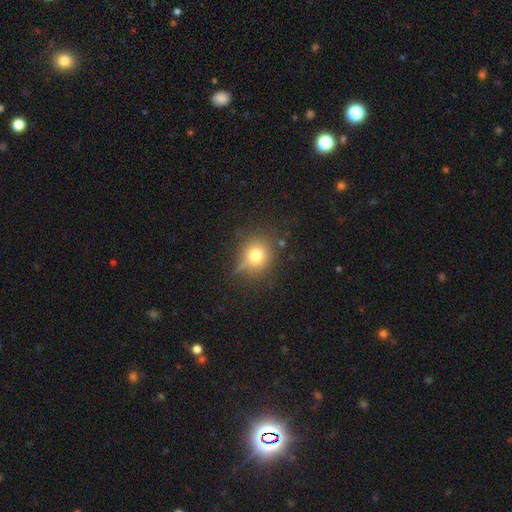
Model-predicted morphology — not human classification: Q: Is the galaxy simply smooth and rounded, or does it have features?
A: smooth — 72%.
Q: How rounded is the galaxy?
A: round — 80%.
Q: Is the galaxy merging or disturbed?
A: none — 69%.